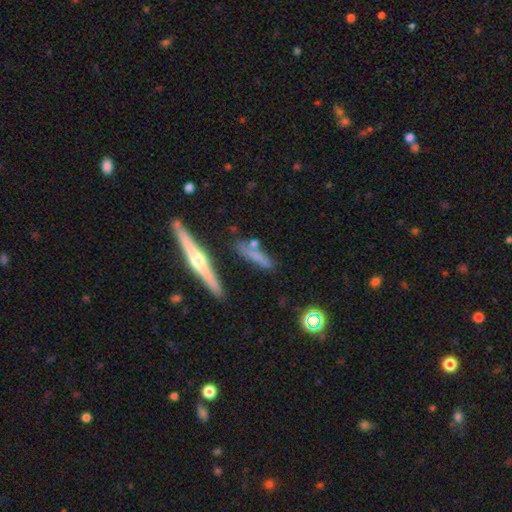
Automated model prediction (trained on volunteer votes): Smooth or featured: smooth — 51% (featured or disk — 38%)
How rounded: cigar-shaped — 78% (in between — 18%)
Merging: none — 73% (minor disturbance — 15%)